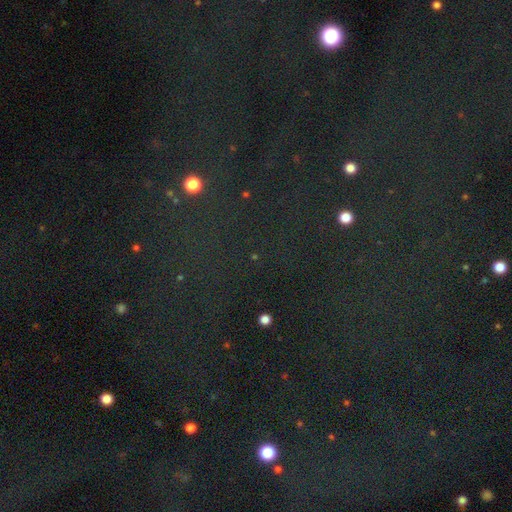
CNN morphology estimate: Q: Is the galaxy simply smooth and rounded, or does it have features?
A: star or artifact — 78%.